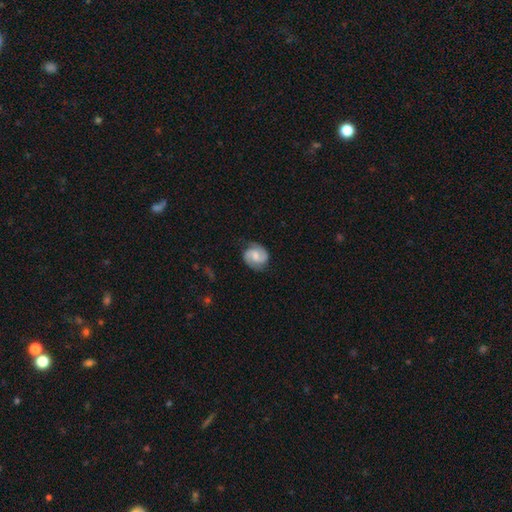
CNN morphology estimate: smooth_or_featured: featured or disk (p=0.77) [alt: smooth p=0.17]
disk_edge_on: no (p=0.98) [alt: yes p=0.02]
bar: weak (p=0.50) [alt: no p=0.37]
has_spiral_arms: yes (p=0.96) [alt: no p=0.04]
spiral_winding: medium (p=0.50) [alt: tight p=0.33]
spiral_arm_count: 2 (p=0.91) [alt: can't tell p=0.04]
bulge_size: moderate (p=0.46) [alt: small p=0.32]
merging: none (p=0.80) [alt: minor disturbance p=0.15]